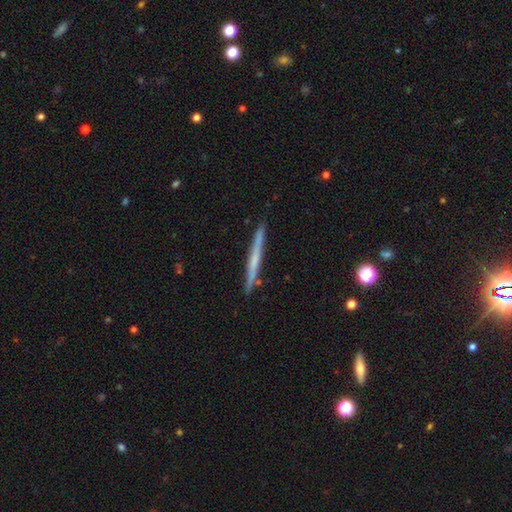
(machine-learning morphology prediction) smooth_or_featured: featured or disk (p=0.55) [alt: smooth p=0.37]
disk_edge_on: yes (p=0.97) [alt: no p=0.03]
edge_on_bulge: none (p=0.65) [alt: rounded p=0.29]
merging: none (p=0.89) [alt: minor disturbance p=0.08]